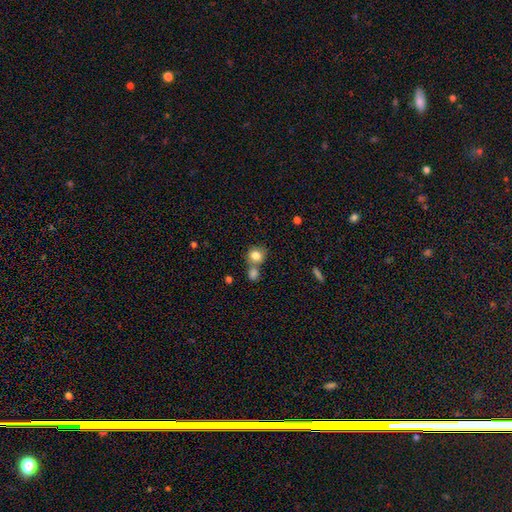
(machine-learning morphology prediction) Smooth or featured? smooth (82%)
How rounded? round (78%)
Merging? none (50%)